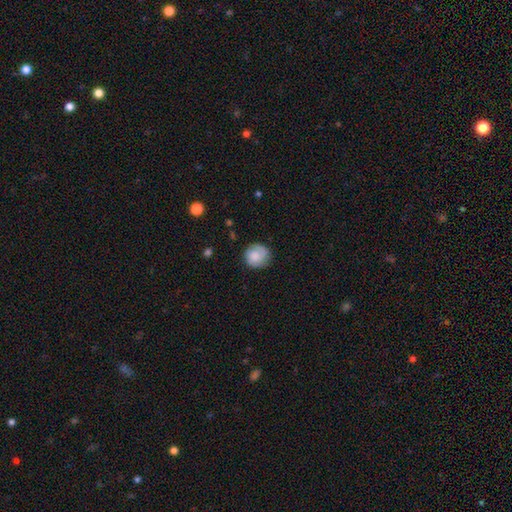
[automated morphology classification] This is likely a smooth galaxy (67%). How rounded: clearly round (88%). Merging: likely none (78%).